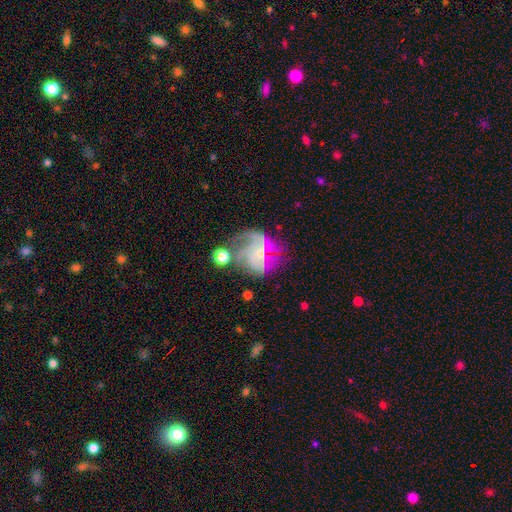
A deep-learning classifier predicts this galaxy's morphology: smooth-or-featured: featured or disk: 67% | smooth: 20% | star or artifact: 14%
  disk-edge-on: no: 98% | yes: 2%
    bar: no: 62% | weak: 31% | strong: 7%
    has-spiral-arms: yes: 83% | no: 17%
      spiral-winding: medium: 42% | loose: 32% | tight: 26%
      spiral-arm-count: can't tell: 30% | 2: 27% | 3: 19% | 1: 11% | 4: 7% | more than 4: 6%
    bulge-size: small: 60% | moderate: 25% | none: 12% | large: 2% | dominant: 1%
  merging: none: 45% | major disturbance: 27% | minor disturbance: 20% | merger: 9%